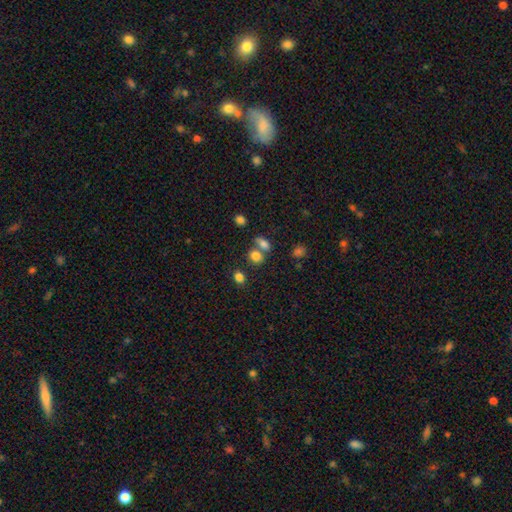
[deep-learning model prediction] Smooth or featured? Predicted: smooth (p=0.80). How rounded? Predicted: in between (p=0.55). Merging? Predicted: none (p=0.50).